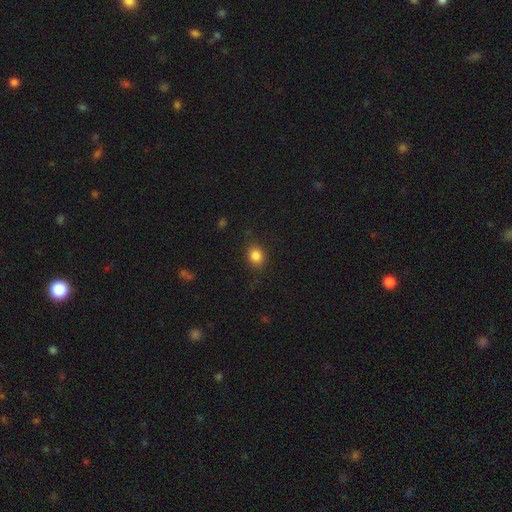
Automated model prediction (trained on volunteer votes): This is clearly a smooth galaxy (85%). How rounded: likely round (65%). Merging: clearly none (85%).